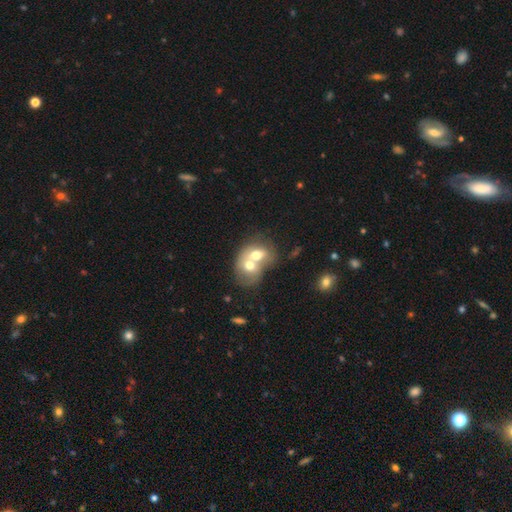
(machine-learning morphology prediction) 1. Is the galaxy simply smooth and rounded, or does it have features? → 61% smooth, 32% featured or disk, 8% star or artifact.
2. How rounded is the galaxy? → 58% in between, 41% round, 1% cigar-shaped.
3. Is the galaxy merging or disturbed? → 78% merger, 13% none, 5% minor disturbance, 4% major disturbance.